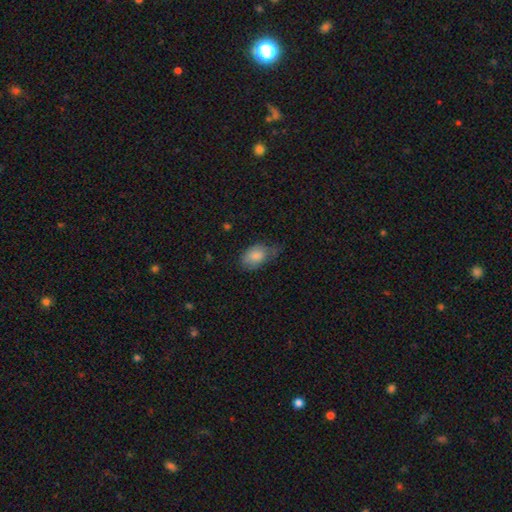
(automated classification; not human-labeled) Overall: smooth (82%). How rounded: in between (87%). Merging: none (43%; minor disturbance 39%).